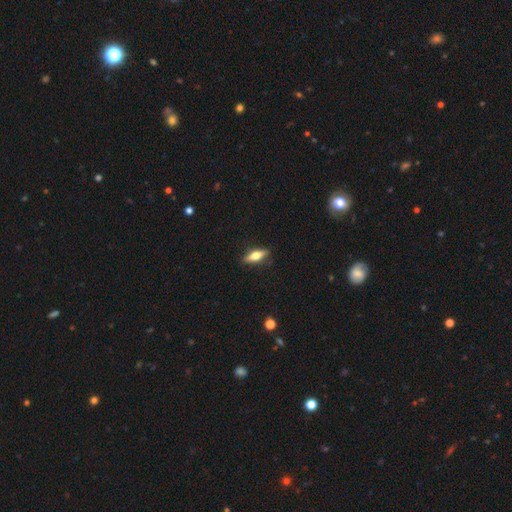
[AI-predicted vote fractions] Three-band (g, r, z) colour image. It shows a smooth galaxy with no disk features (54%) that is in between round and cigar-shaped (53%). Merging: none (87%).